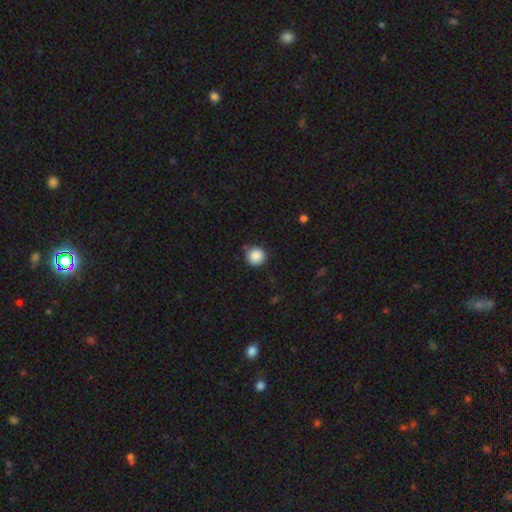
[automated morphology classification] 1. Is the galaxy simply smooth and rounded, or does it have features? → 87% smooth, 9% star or artifact, 4% featured or disk.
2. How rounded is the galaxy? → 94% round, 5% in between, 1% cigar-shaped.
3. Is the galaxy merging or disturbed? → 82% none, 12% minor disturbance, 3% major disturbance, 2% merger.